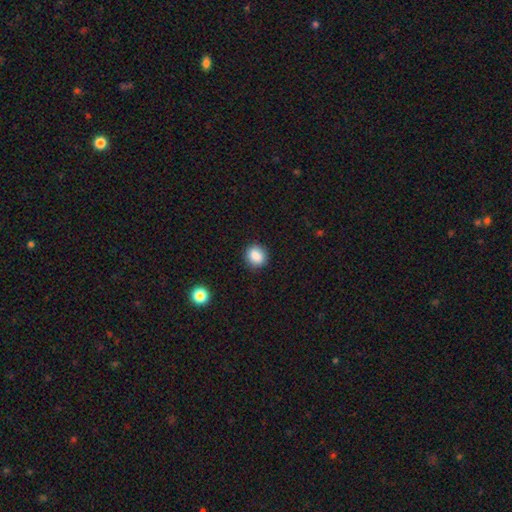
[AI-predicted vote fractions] smooth 86%, star or artifact 10%, featured or disk 5%. Down the decision tree: how rounded — round (73%); merging — none (87%).